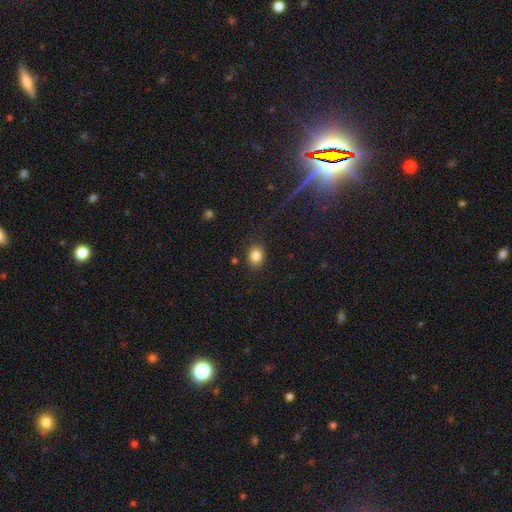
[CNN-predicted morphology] Smooth or featured?
  - smooth: 84% *
  - star or artifact: 10%
  - featured or disk: 6%
How rounded?
  - in between: 50% *
  - round: 49%
  - cigar-shaped: 1%
Merging?
  - none: 86% *
  - minor disturbance: 10%
  - major disturbance: 3%
  - merger: 2%